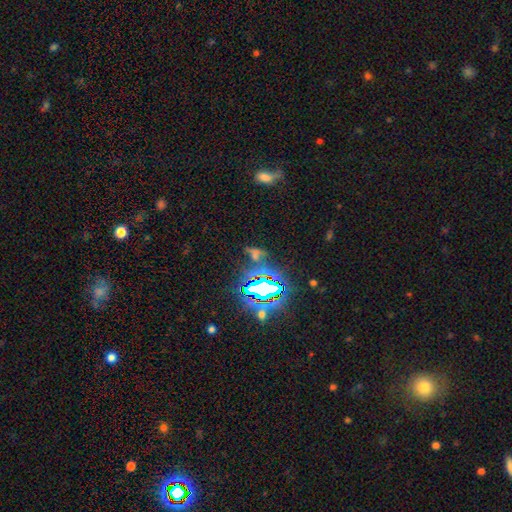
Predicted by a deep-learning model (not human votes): This appears to be a star or artifact, not a galaxy (69%).